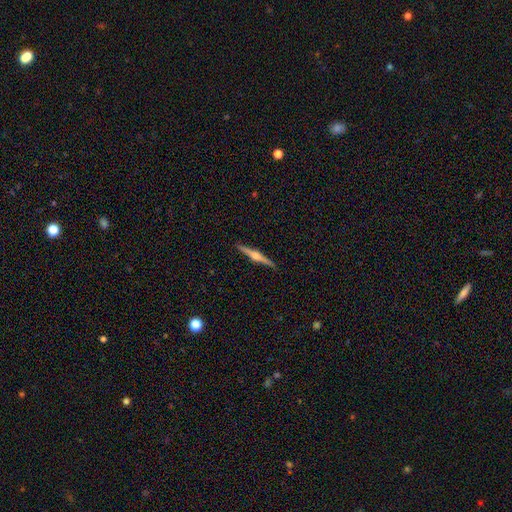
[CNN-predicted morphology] smooth-or-featured: featured or disk: 79% | smooth: 16% | star or artifact: 5%
  disk-edge-on: yes: 98% | no: 2%
    edge-on-bulge: rounded: 92% | boxy: 5% | none: 3%
  merging: none: 92% | minor disturbance: 6% | major disturbance: 1% | merger: 1%